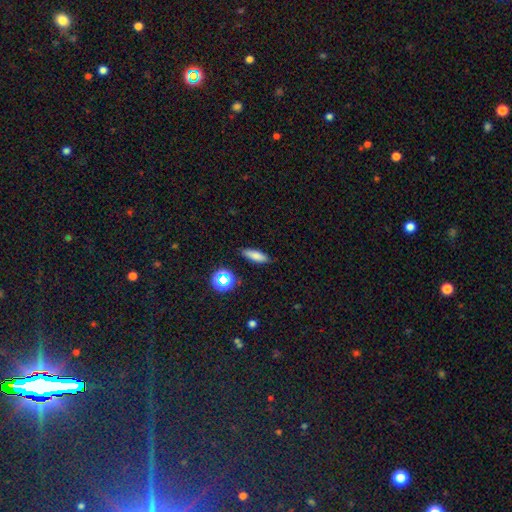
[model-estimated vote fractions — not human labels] This is likely a smooth galaxy (77%). How rounded: possibly cigar-shaped (49%). Merging: clearly none (84%).